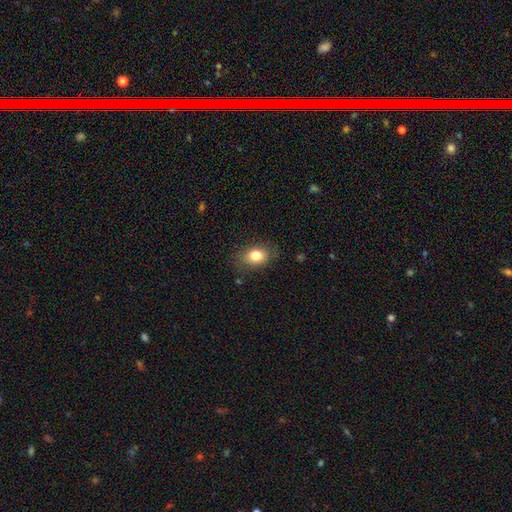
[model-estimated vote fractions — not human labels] Overall: smooth (81%). How rounded: in between (69%; round 29%). Merging: none (79%).